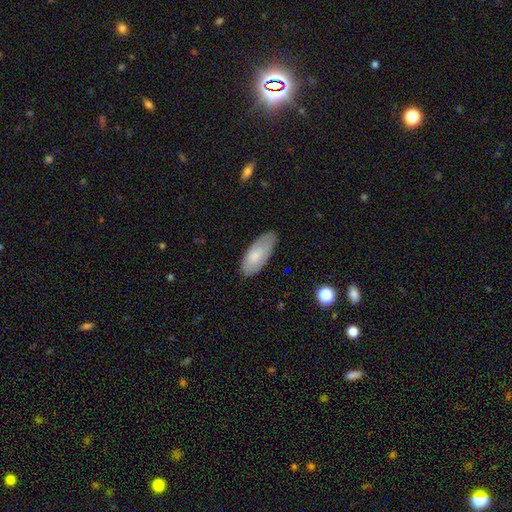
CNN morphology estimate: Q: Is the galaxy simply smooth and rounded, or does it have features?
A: smooth — 74%.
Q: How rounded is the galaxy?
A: in between — 85%.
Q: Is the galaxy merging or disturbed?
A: none — 71%.